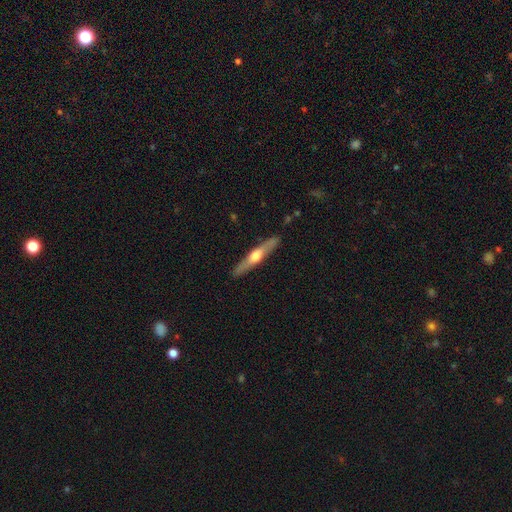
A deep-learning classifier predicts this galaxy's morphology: Smooth or featured?
  - featured or disk: 61% *
  - smooth: 34%
  - star or artifact: 5%
Edge-on disk?
  - yes: 94% *
  - no: 6%
Edge-on bulge?
  - rounded: 90% *
  - none: 6%
  - boxy: 4%
Merging?
  - none: 89% *
  - minor disturbance: 8%
  - major disturbance: 2%
  - merger: 1%